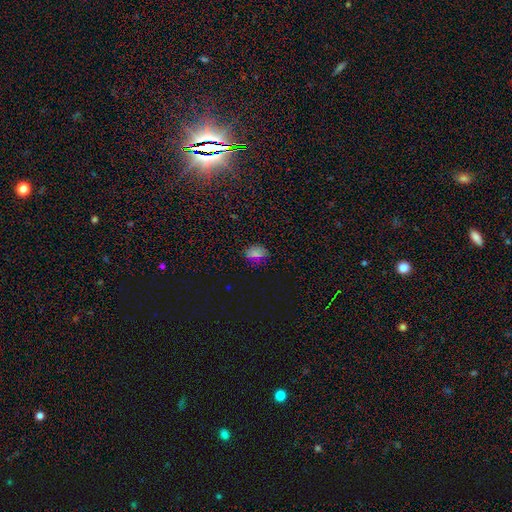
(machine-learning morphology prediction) A smooth galaxy with no disk features (63%) that is in between round and cigar-shaped (56%).

Vote fractions:
- Smooth or featured? smooth: 63% / star or artifact: 30% / featured or disk: 6%
- How rounded? in between: 56% / round: 41% / cigar-shaped: 3%
- Merging? none: 83% / minor disturbance: 12% / major disturbance: 3% / merger: 2%